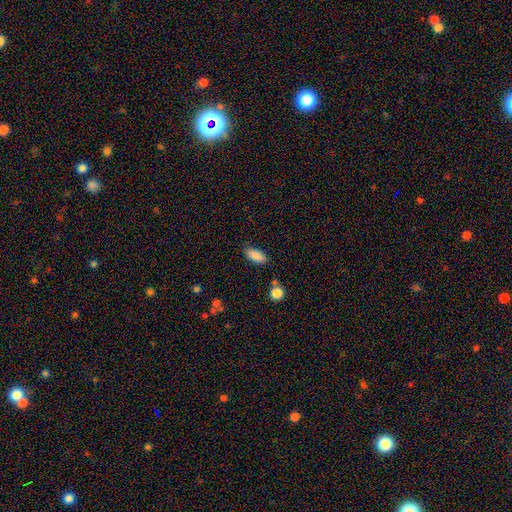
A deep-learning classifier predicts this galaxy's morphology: type=smooth (86%); roundness=in between (82%); merging=none (81%).